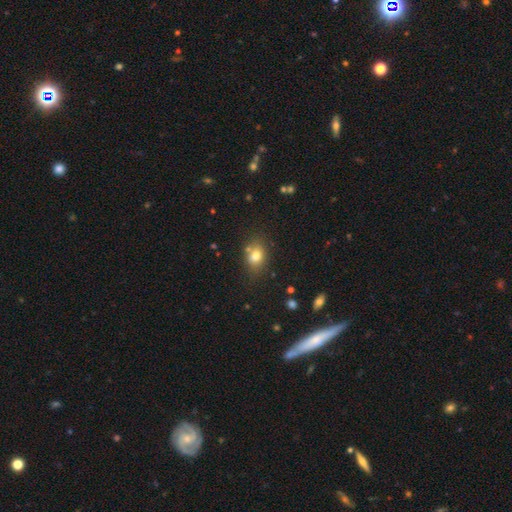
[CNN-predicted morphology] Smooth or featured: smooth — 77% (star or artifact — 12%)
How rounded: in between — 62% (round — 37%)
Merging: none — 69% (minor disturbance — 15%)